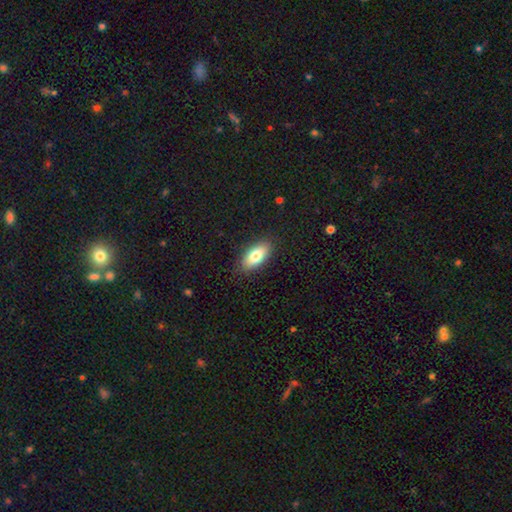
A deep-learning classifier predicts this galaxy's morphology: Smooth or featured? smooth (79%)
How rounded? in between (88%)
Merging? none (87%)